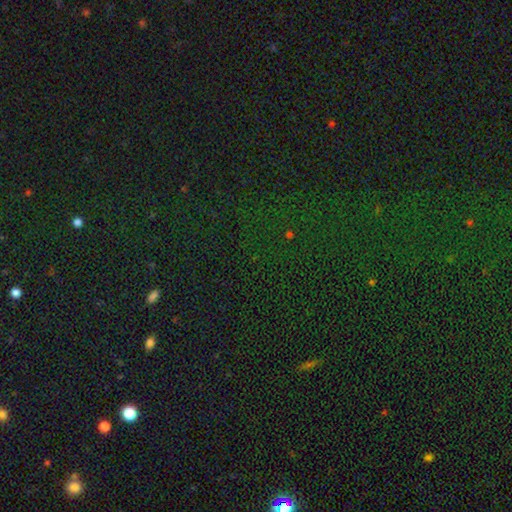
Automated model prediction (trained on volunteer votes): star or artifact 80%, smooth 14%, featured or disk 7%.